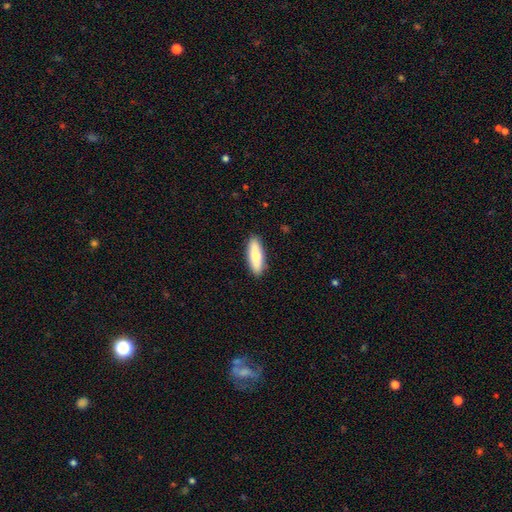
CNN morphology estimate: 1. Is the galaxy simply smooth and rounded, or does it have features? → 70% smooth, 24% featured or disk, 6% star or artifact.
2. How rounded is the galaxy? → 57% in between, 41% cigar-shaped, 2% round.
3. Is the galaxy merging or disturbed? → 89% none, 8% minor disturbance, 2% major disturbance, 1% merger.